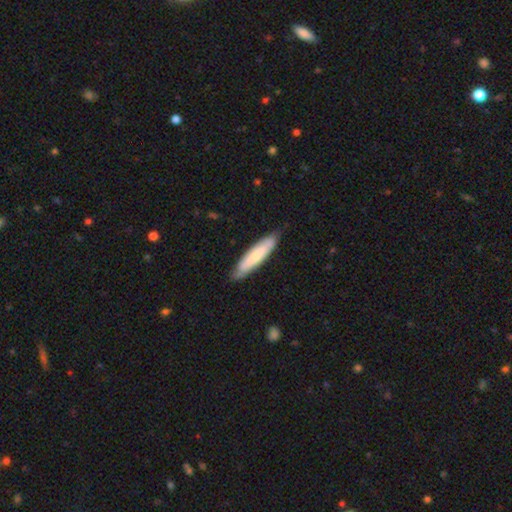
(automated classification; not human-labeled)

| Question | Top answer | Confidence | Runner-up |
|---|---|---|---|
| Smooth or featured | smooth | 64% | featured or disk (32%) |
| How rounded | cigar-shaped | 80% | in between (19%) |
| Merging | none | 81% | minor disturbance (15%) |